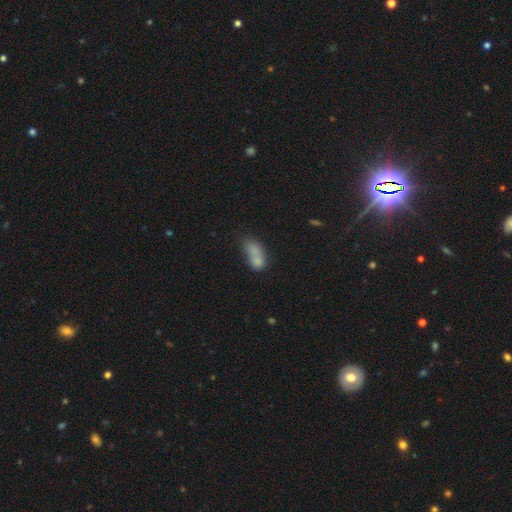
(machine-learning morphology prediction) smooth_or_featured: smooth (p=0.71) [alt: featured or disk p=0.18]
how_rounded: in between (p=0.77) [alt: round p=0.13]
merging: merger (p=0.49) [alt: none p=0.27]